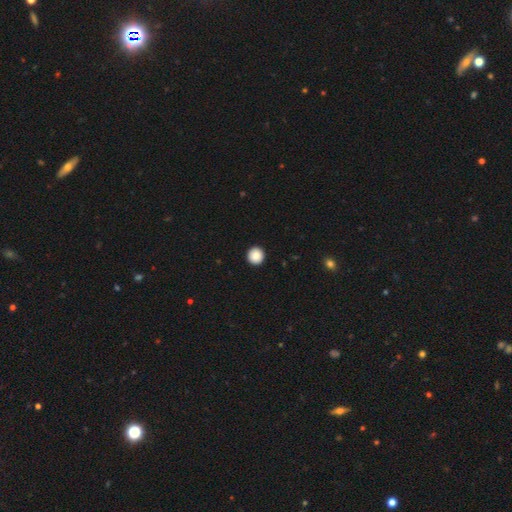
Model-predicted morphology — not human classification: Q: Smooth or featured?
A: smooth (88%); runner-up: star or artifact (8%)
Q: How rounded?
A: round (95%); runner-up: in between (4%)
Q: Merging?
A: none (93%); runner-up: minor disturbance (4%)